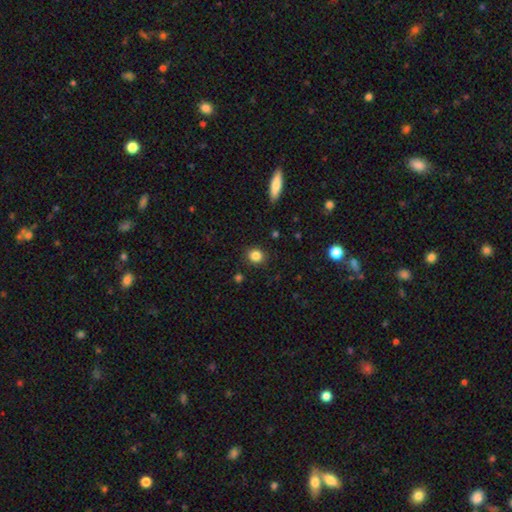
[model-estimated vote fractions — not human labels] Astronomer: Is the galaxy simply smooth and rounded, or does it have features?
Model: smooth — 84%.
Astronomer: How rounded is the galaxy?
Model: round — 80%.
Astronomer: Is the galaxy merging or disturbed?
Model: none — 89%.